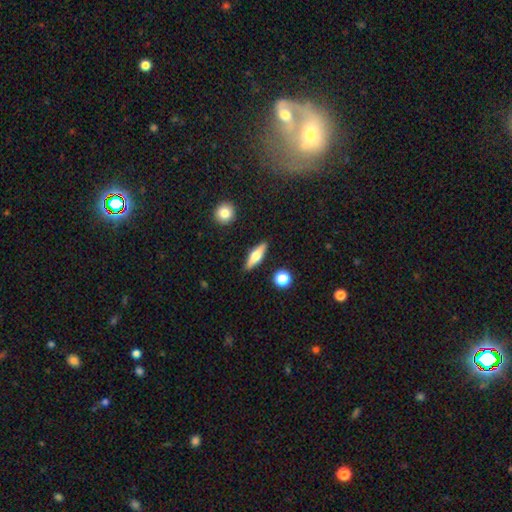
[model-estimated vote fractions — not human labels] A featured or disk galaxy (53%) viewed edge-on (94%).

Vote fractions:
- Smooth or featured? featured or disk: 53% / smooth: 41% / star or artifact: 7%
- Edge-on disk? yes: 94% / no: 6%
- Merging? none: 88% / minor disturbance: 8% / merger: 2% / major disturbance: 2%